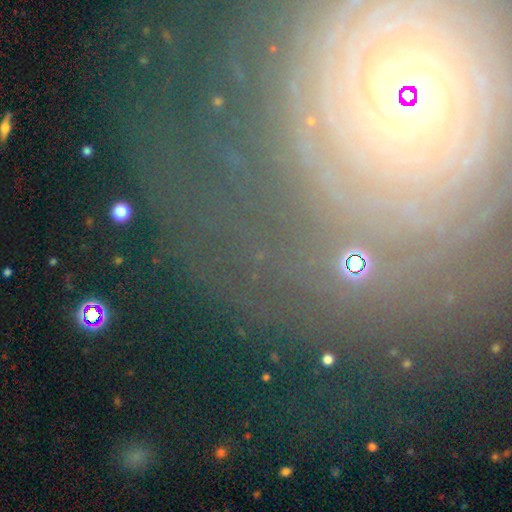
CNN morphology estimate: This appears to be a featured or disk galaxy (48%). Merging: none (74%).